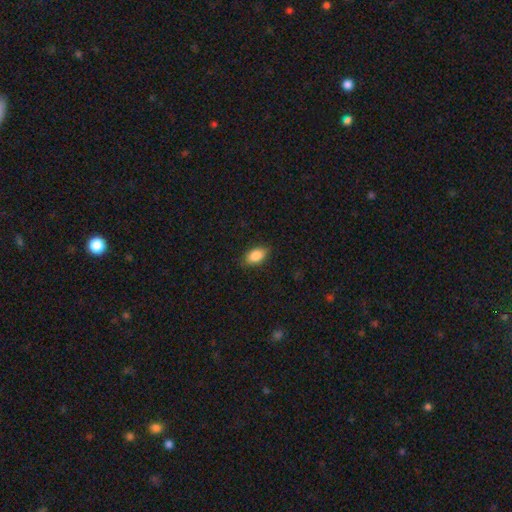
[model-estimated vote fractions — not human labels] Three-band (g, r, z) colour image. It shows a smooth galaxy with no disk features (87%) that is in between round and cigar-shaped (91%). Merging: none (84%).